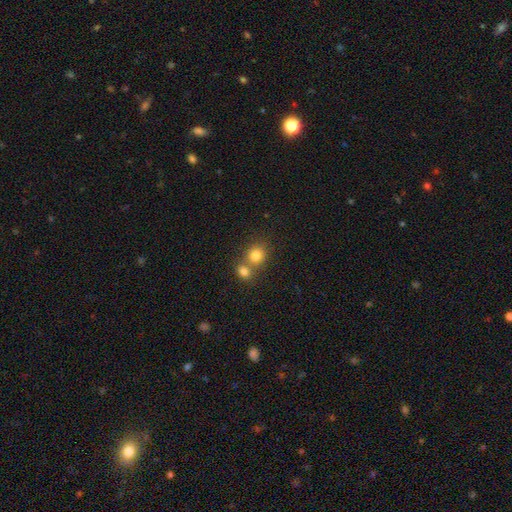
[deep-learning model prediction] Smooth or featured? Predicted: smooth (p=0.81). How rounded? Predicted: round (p=0.79). Merging? Predicted: none (p=0.46).